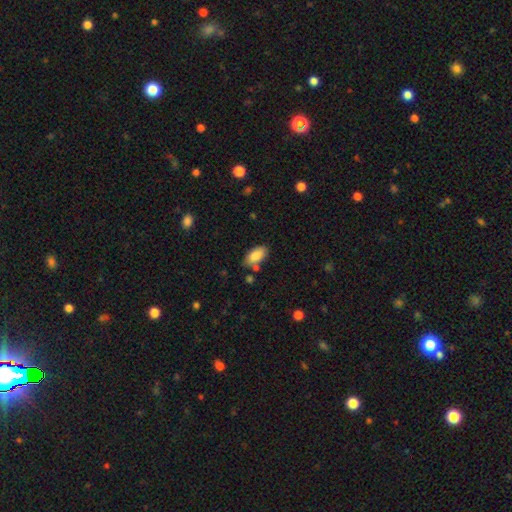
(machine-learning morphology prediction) This appears to be a smooth galaxy with no disk features (84%) that is in between round and cigar-shaped (92%). Merging: none (72%).